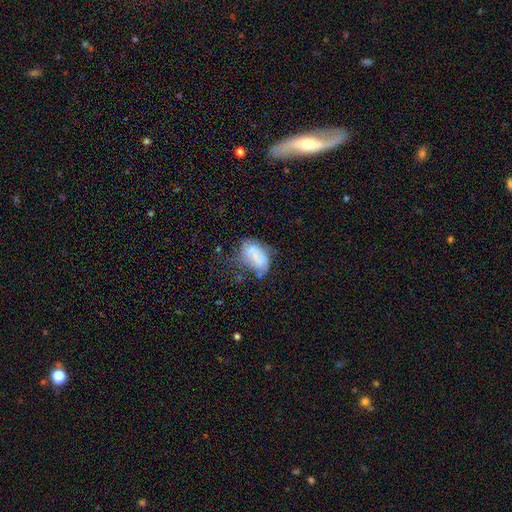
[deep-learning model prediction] Smooth or featured? smooth (48%)
Merging? none (37%)